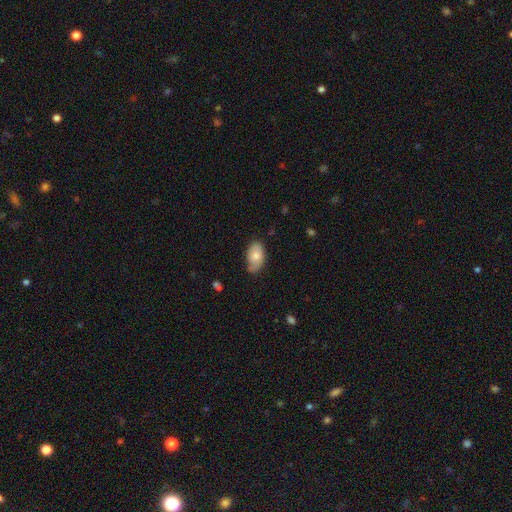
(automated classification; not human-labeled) Smooth or featured? smooth (74%)
How rounded? in between (93%)
Merging? none (65%)